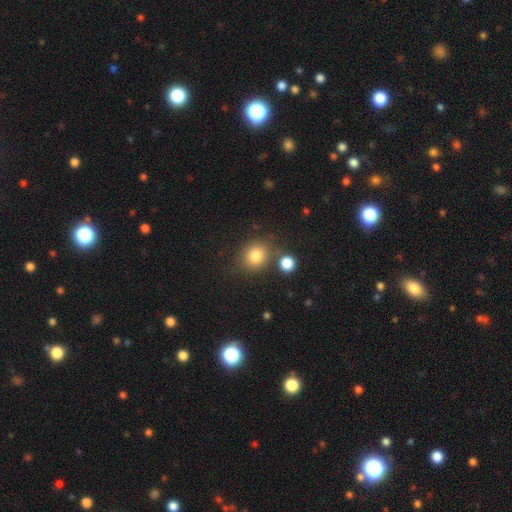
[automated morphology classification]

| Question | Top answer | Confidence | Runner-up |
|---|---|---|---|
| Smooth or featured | smooth | 81% | star or artifact (11%) |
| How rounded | round | 72% | in between (27%) |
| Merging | none | 74% | merger (11%) |